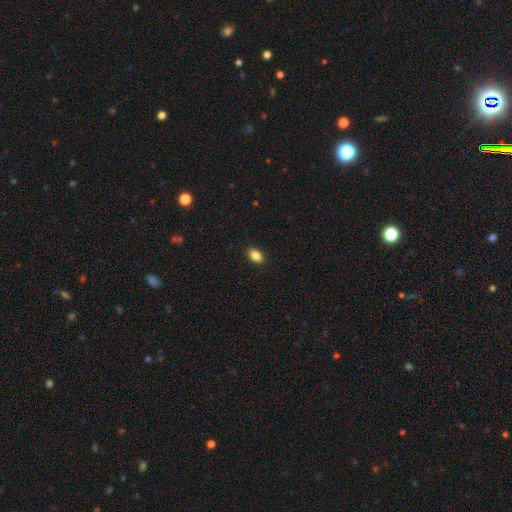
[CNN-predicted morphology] smooth_or_featured: smooth (p=0.86) [alt: star or artifact p=0.09]
how_rounded: in between (p=0.87) [alt: round p=0.11]
merging: none (p=0.90) [alt: minor disturbance p=0.07]